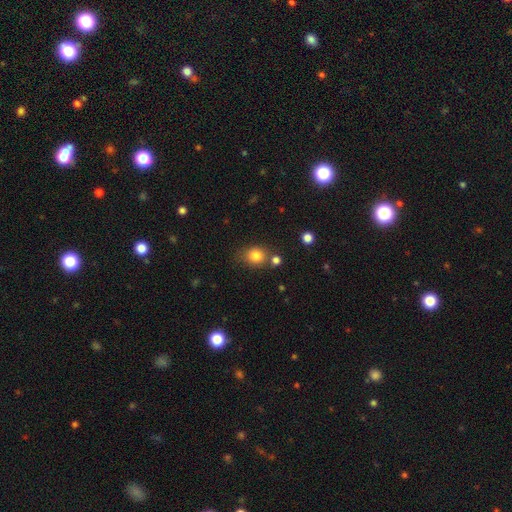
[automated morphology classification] Smooth or featured? Predicted: smooth (p=0.82). How rounded? Predicted: round (p=0.65). Merging? Predicted: none (p=0.68).